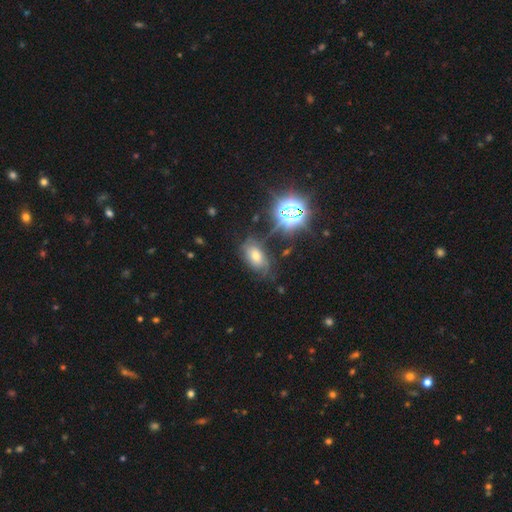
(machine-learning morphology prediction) Smooth or featured? Predicted: smooth (p=0.35). Merging? Predicted: none (p=0.59).